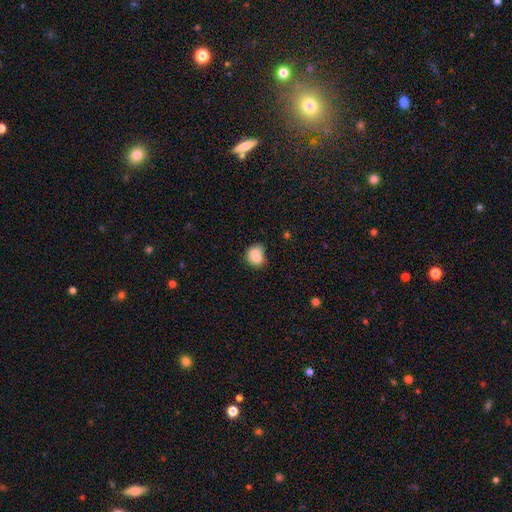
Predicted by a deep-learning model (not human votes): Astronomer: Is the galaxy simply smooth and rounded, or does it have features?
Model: smooth — 72%.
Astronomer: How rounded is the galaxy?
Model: round — 68%.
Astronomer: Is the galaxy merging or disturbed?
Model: merger — 49% (runner-up: none, 35%).